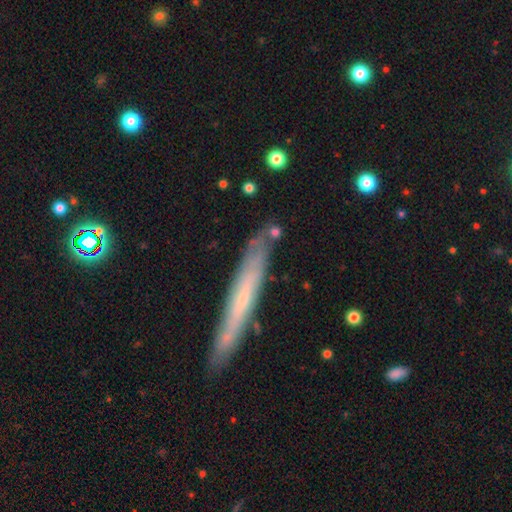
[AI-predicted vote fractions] Smooth or featured? featured or disk (53%)
Edge-on disk? yes (83%)
Merging? none (82%)